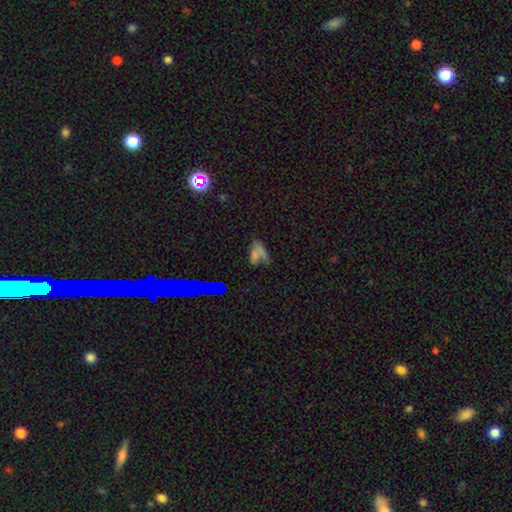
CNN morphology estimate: Smooth or featured? smooth (52%)
How rounded? in between (81%)
Merging? none (33%)